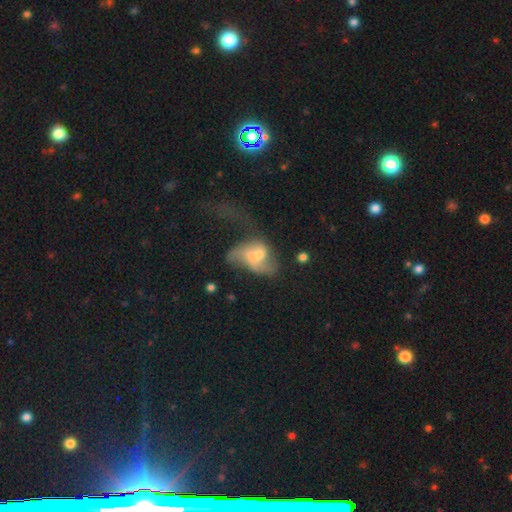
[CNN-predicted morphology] Smooth or featured? featured or disk (47%)
Merging? major disturbance (49%)